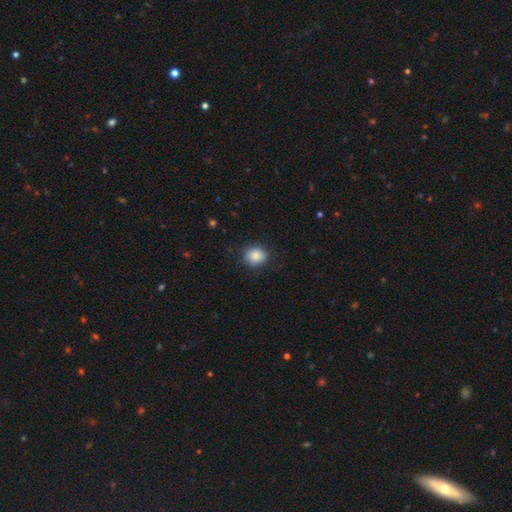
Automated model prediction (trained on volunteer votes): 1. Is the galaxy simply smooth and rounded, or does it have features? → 87% smooth, 9% star or artifact, 4% featured or disk.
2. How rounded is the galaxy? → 80% round, 19% in between, 1% cigar-shaped.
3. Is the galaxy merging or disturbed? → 86% none, 10% minor disturbance, 3% major disturbance, 1% merger.